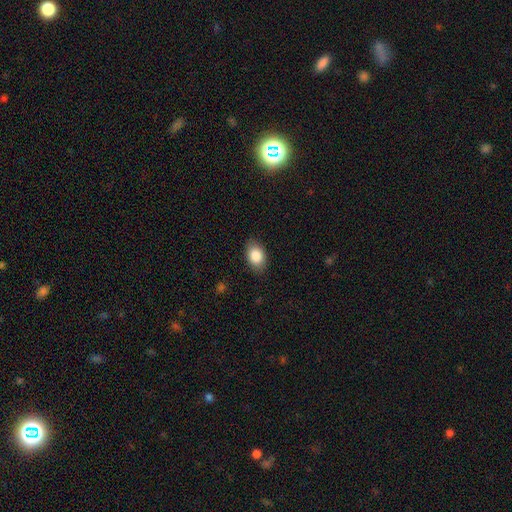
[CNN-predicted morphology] type=smooth (85%); roundness=in between (86%); merging=none (85%).